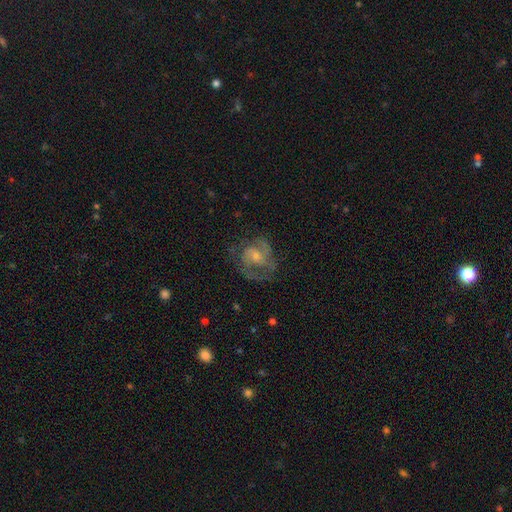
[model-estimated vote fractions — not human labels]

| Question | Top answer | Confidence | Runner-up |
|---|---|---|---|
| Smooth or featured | featured or disk | 76% | smooth (15%) |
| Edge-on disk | no | 97% | yes (3%) |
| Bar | no | 50% | weak (41%) |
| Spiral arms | yes | 90% | no (10%) |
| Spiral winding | medium | 53% | tight (30%) |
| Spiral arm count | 2 | 62% | can't tell (16%) |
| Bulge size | small | 48% | moderate (39%) |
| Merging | none | 63% | minor disturbance (18%) |